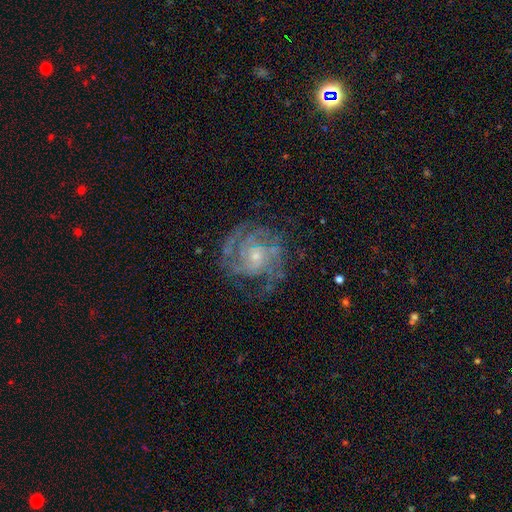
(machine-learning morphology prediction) Smooth or featured? Predicted: featured or disk (p=0.86). Edge-on disk? Predicted: no (p=0.98). Bar? Predicted: no (p=0.68). Spiral arms? Predicted: yes (p=0.96). Spiral winding? Predicted: tight (p=0.59). Spiral arm count? Predicted: 2 (p=0.27). Bulge size? Predicted: small (p=0.70). Merging? Predicted: none (p=0.71).